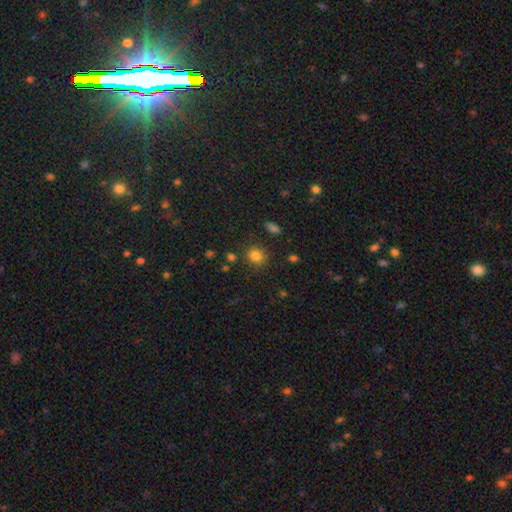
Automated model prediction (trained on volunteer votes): Smooth or featured? Predicted: smooth (p=0.81). How rounded? Predicted: round (p=0.81). Merging? Predicted: none (p=0.82).